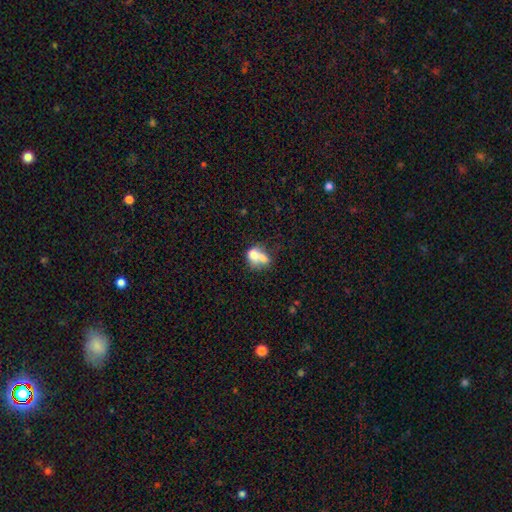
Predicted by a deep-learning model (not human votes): Q: Smooth or featured?
A: smooth (63%); runner-up: featured or disk (27%)
Q: How rounded?
A: in between (58%); runner-up: round (39%)
Q: Merging?
A: merger (61%); runner-up: none (20%)